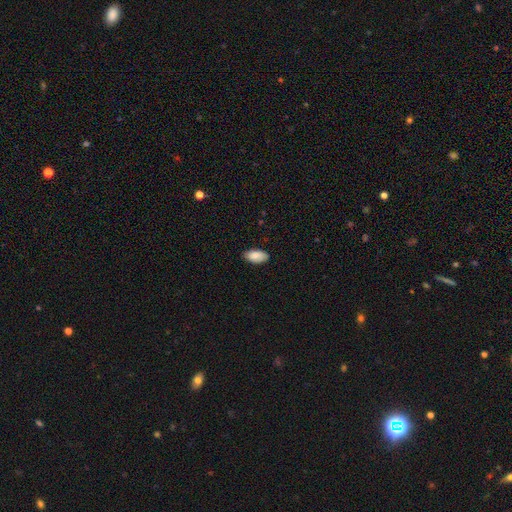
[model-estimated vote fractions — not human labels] A smooth galaxy with no disk features (86%) that is in between round and cigar-shaped (94%).

Vote fractions:
- Smooth or featured? smooth: 86% / featured or disk: 7% / star or artifact: 6%
- How rounded? in between: 94% / cigar-shaped: 3% / round: 2%
- Merging? none: 83% / minor disturbance: 14% / major disturbance: 2% / merger: 1%